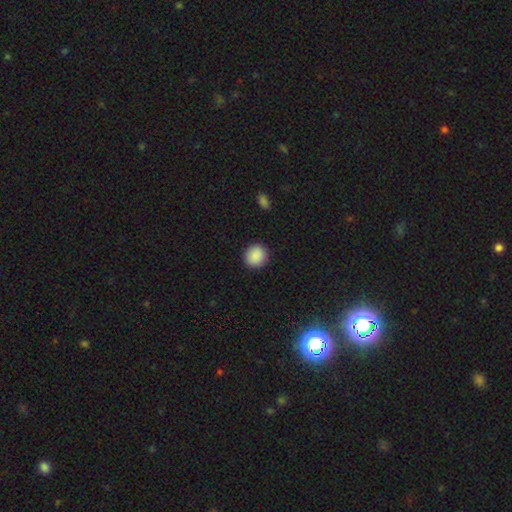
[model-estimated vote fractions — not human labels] Smooth or featured?
  - smooth: 90% *
  - star or artifact: 8%
  - featured or disk: 3%
How rounded?
  - round: 89% *
  - in between: 10%
  - cigar-shaped: 1%
Merging?
  - none: 91% *
  - minor disturbance: 6%
  - major disturbance: 2%
  - merger: 1%